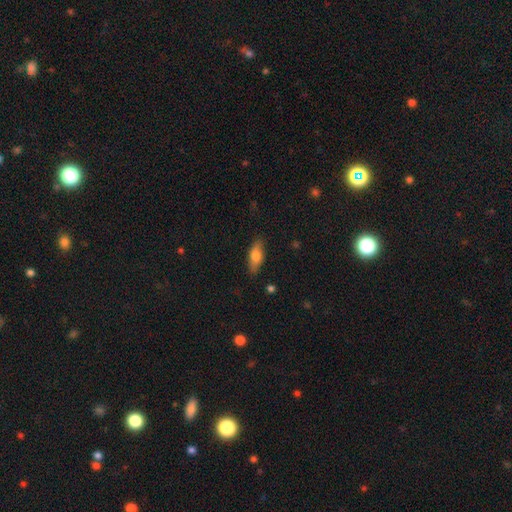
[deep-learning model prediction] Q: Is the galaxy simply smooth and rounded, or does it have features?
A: smooth — 73%.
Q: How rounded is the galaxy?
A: in between — 75%.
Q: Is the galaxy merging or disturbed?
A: none — 83%.